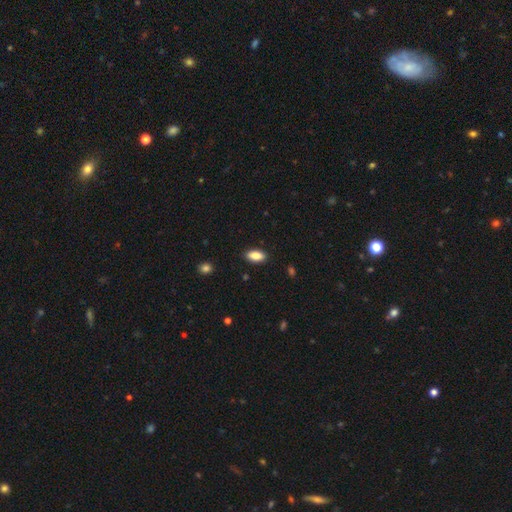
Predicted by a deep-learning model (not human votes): Smooth or featured? Predicted: smooth (p=0.87). How rounded? Predicted: in between (p=0.91). Merging? Predicted: none (p=0.88).